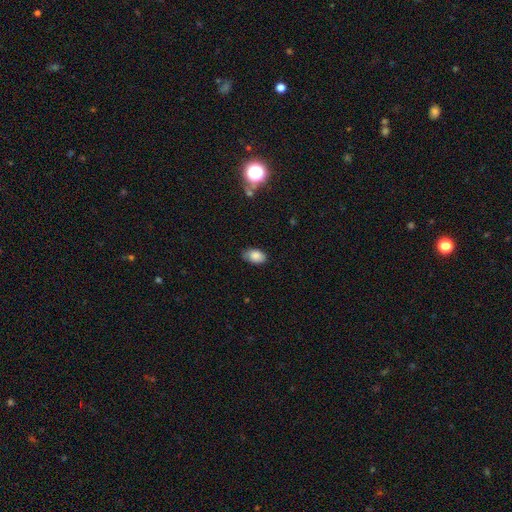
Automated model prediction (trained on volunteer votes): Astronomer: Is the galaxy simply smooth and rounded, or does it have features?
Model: smooth — 83%.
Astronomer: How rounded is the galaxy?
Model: in between — 91%.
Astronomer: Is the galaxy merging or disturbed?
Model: none — 73%.